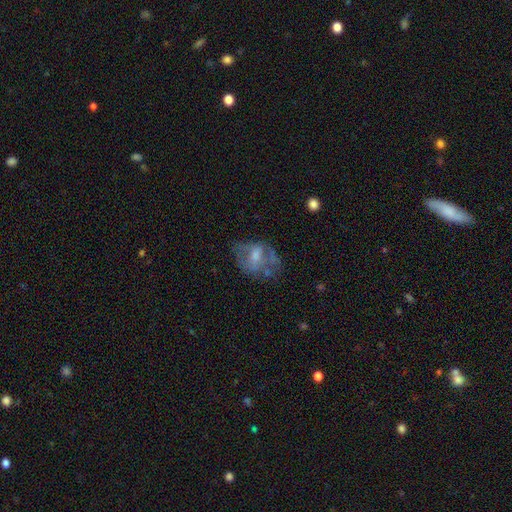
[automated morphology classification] A featured or disk galaxy (55%) with no bar (56%), no spiral arms (69%) and a moderate central bulge (43%).

Vote fractions:
- Smooth or featured? featured or disk: 55% / smooth: 33% / star or artifact: 12%
- Edge-on disk? no: 95% / yes: 5%
- Bar? no: 56% / weak: 34% / strong: 10%
- Spiral arms? no: 69% / yes: 31%
- Bulge size? moderate: 43% / small: 36% / none: 15% / large: 5% / dominant: 1%
- Merging? none: 45% / major disturbance: 27% / minor disturbance: 23% / merger: 5%